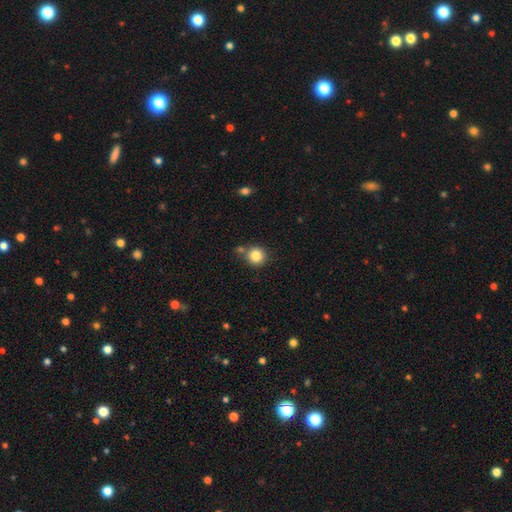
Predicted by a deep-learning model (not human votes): A smooth galaxy with no disk features (85%) that is round (92%).

Vote fractions:
- Smooth or featured? smooth: 85% / star or artifact: 10% / featured or disk: 5%
- How rounded? round: 92% / in between: 7% / cigar-shaped: 1%
- Merging? none: 71% / merger: 15% / minor disturbance: 11% / major disturbance: 3%